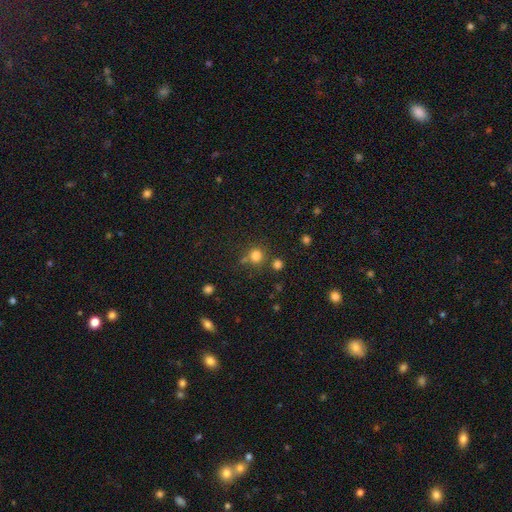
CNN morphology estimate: Smooth or featured: smooth — 78% (star or artifact — 16%)
How rounded: round — 91% (in between — 8%)
Merging: none — 72% (merger — 15%)